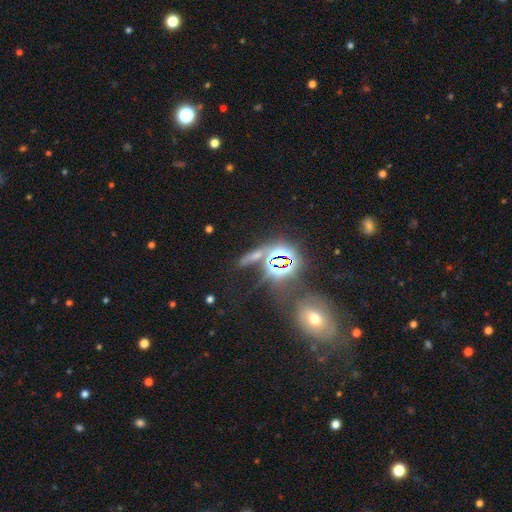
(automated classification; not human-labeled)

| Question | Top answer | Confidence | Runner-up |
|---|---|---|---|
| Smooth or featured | star or artifact | 56% | smooth (29%) |